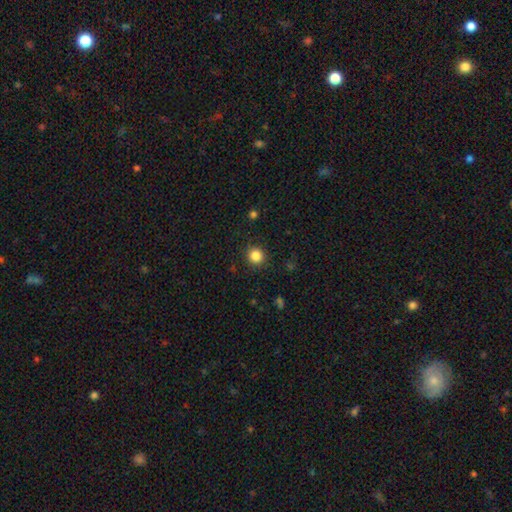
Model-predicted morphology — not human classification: smooth-or-featured: smooth: 85% | star or artifact: 11% | featured or disk: 4%
  how-rounded: round: 93% | in between: 6% | cigar-shaped: 1%
  merging: none: 91% | minor disturbance: 6% | major disturbance: 2% | merger: 1%